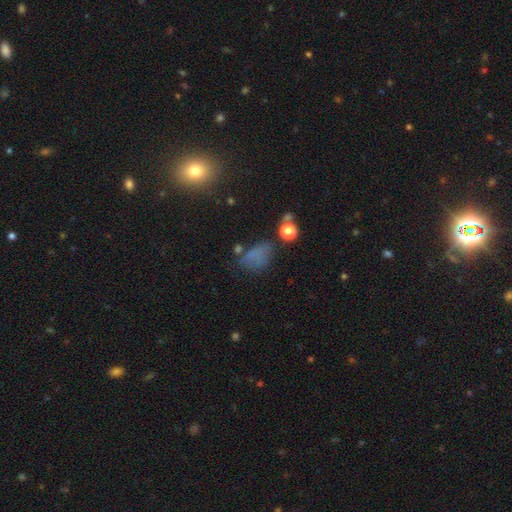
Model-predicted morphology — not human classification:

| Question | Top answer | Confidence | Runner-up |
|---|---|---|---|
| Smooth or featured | smooth | 61% | star or artifact (26%) |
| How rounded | in between | 75% | round (21%) |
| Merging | none | 49% | minor disturbance (24%) |